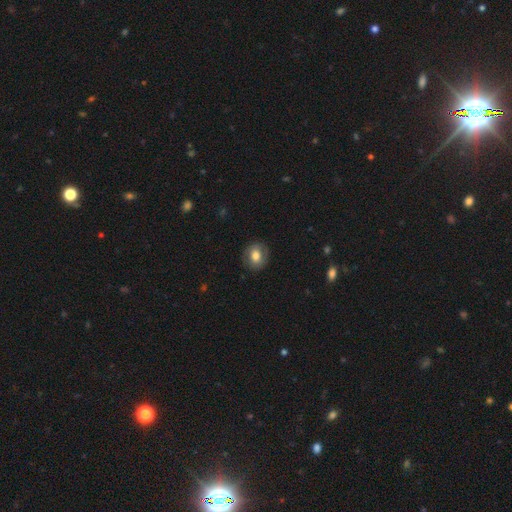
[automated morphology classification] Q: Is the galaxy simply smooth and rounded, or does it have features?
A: smooth — 74%.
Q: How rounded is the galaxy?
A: round — 70%.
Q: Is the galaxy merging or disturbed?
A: none — 86%.